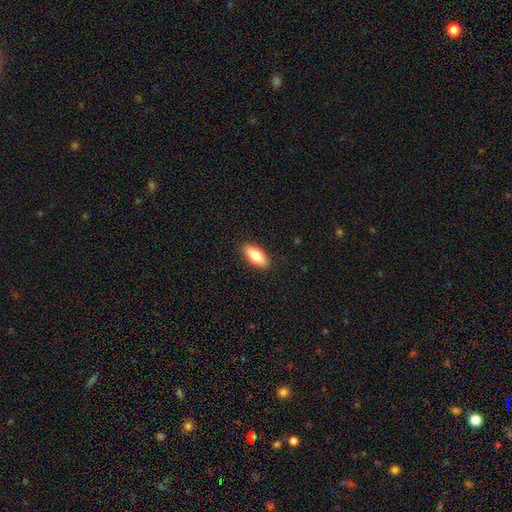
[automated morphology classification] smooth-or-featured: smooth: 80% | featured or disk: 13% | star or artifact: 6%
  how-rounded: in between: 83% | cigar-shaped: 14% | round: 3%
  merging: none: 89% | minor disturbance: 8% | major disturbance: 2% | merger: 1%